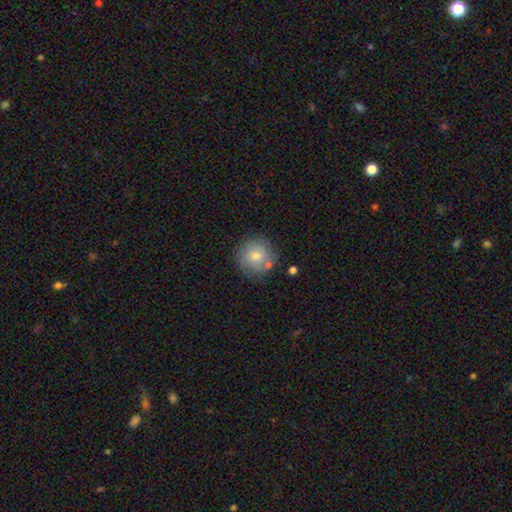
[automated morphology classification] The model was most divided on "smooth or featured": smooth: 72%, featured or disk: 18%, star or artifact: 10%. More confident: how rounded — round (94%); merging — none (76%).